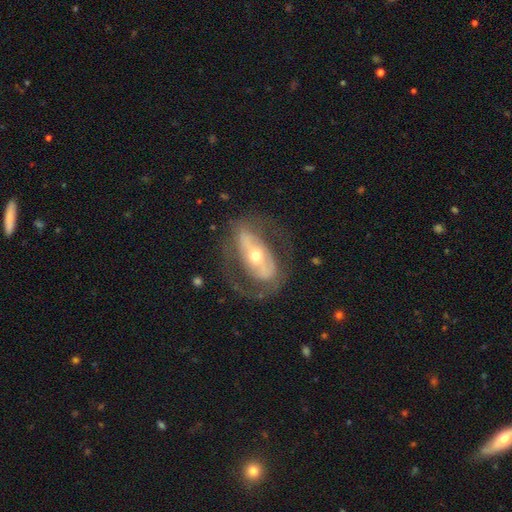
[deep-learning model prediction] A featured or disk galaxy (77%) with a strong bar (47%), spiral arms (58%) and a moderate central bulge (53%). Merging: none (67%).